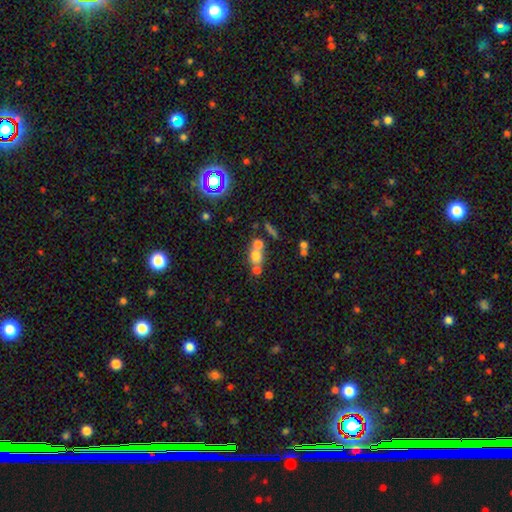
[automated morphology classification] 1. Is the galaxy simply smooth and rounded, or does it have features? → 65% smooth, 20% featured or disk, 16% star or artifact.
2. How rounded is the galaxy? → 66% round, 31% in between, 3% cigar-shaped.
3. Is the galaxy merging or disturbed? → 49% merger, 39% none, 8% minor disturbance, 5% major disturbance.